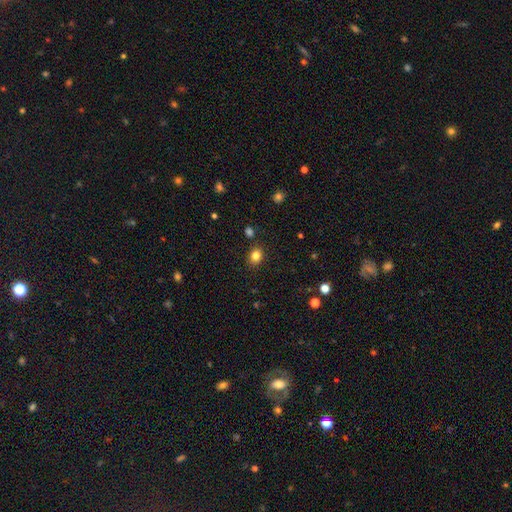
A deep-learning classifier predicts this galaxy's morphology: This appears to be a smooth galaxy with no disk features (82%) that is round (52%). Merging: none (86%).